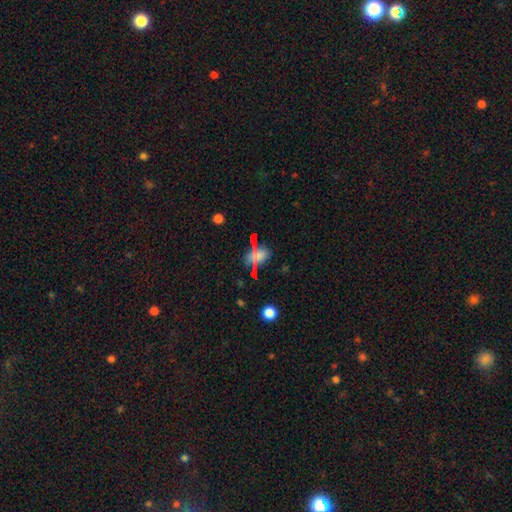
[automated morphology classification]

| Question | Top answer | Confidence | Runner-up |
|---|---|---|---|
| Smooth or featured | featured or disk | 36% | smooth (34%) |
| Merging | none | 58% | merger (15%) |